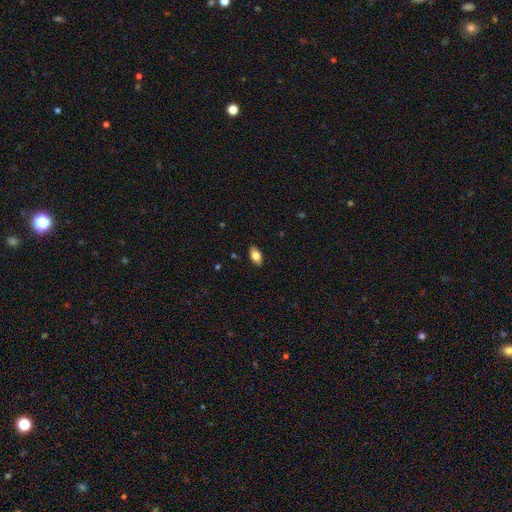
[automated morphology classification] Smooth or featured? Predicted: smooth (p=0.79). How rounded? Predicted: in between (p=0.91). Merging? Predicted: none (p=0.88).